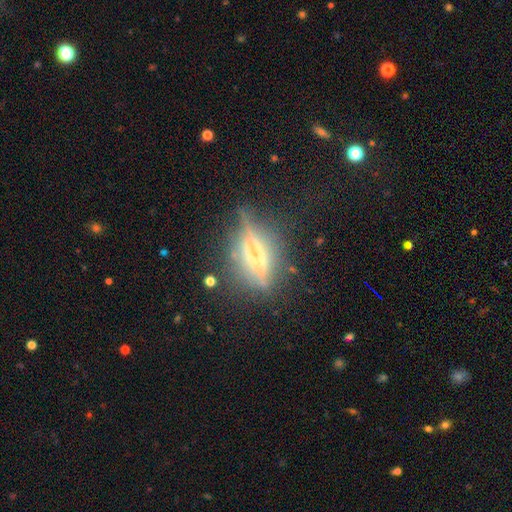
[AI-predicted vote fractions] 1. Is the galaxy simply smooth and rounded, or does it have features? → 71% featured or disk, 18% smooth, 10% star or artifact.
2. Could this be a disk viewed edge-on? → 86% yes, 14% no.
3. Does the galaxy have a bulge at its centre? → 72% rounded, 18% boxy, 10% none.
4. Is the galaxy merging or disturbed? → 64% none, 22% minor disturbance, 12% major disturbance, 3% merger.